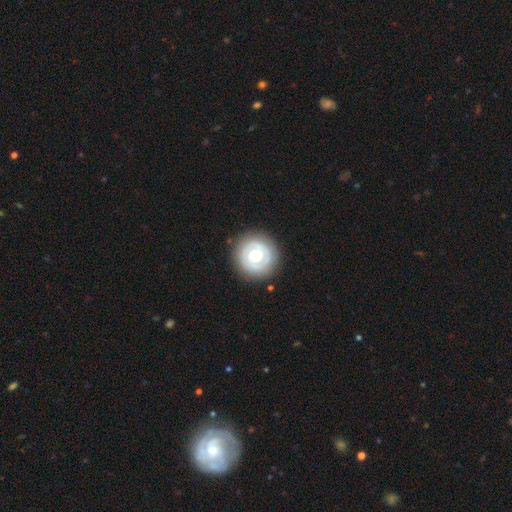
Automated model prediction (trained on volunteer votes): Smooth or featured: featured or disk — 47% (smooth — 46%)
Merging: none — 86% (minor disturbance — 9%)